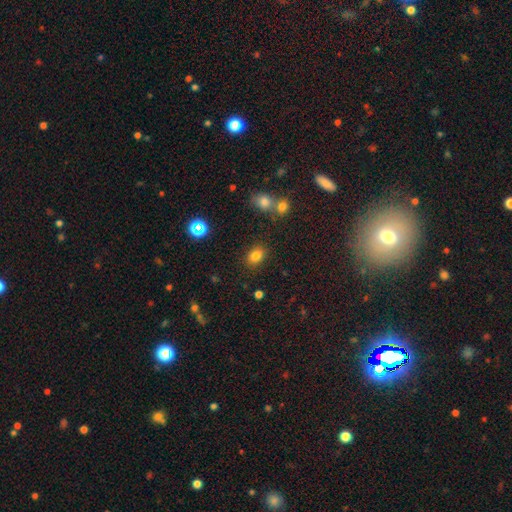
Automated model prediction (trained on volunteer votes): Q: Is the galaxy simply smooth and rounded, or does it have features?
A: smooth — 79%.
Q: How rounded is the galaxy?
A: in between — 63%.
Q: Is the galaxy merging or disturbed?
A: none — 83%.